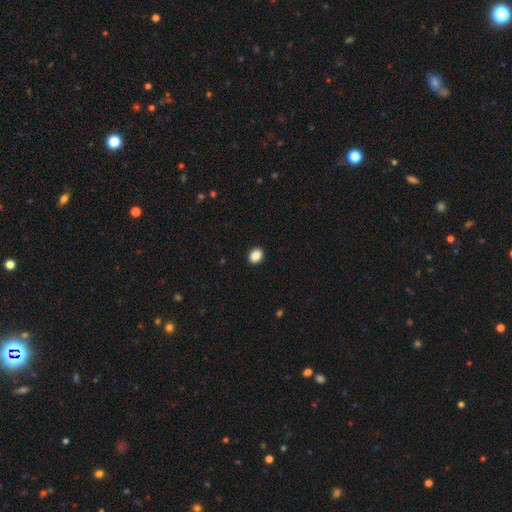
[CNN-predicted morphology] Overall: smooth (88%). How rounded: in between (58%; round 41%). Merging: none (92%).